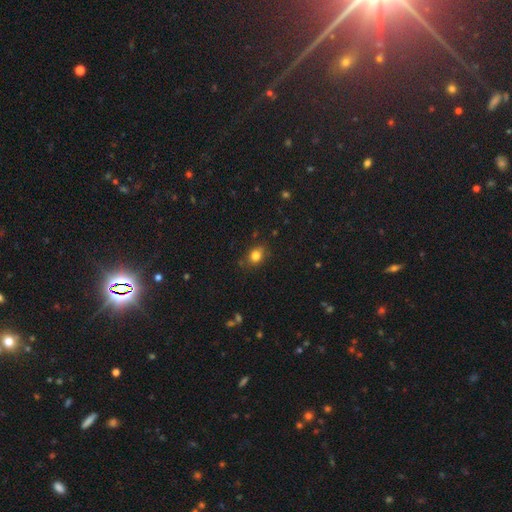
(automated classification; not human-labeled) Smooth or featured: smooth — 81% (star or artifact — 12%)
How rounded: round — 55% (in between — 43%)
Merging: none — 79% (minor disturbance — 16%)